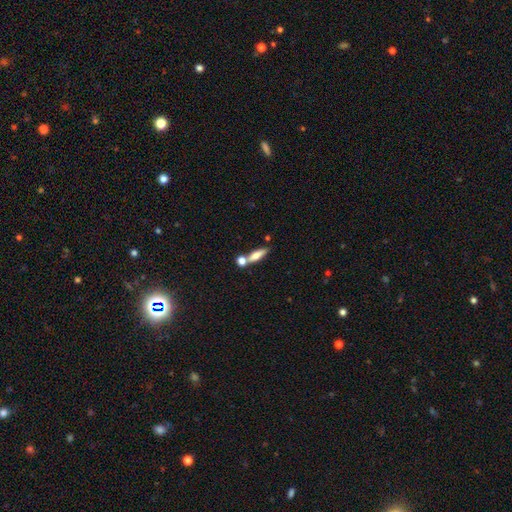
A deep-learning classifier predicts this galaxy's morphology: Smooth or featured? smooth (60%)
How rounded? cigar-shaped (60%)
Merging? none (57%)